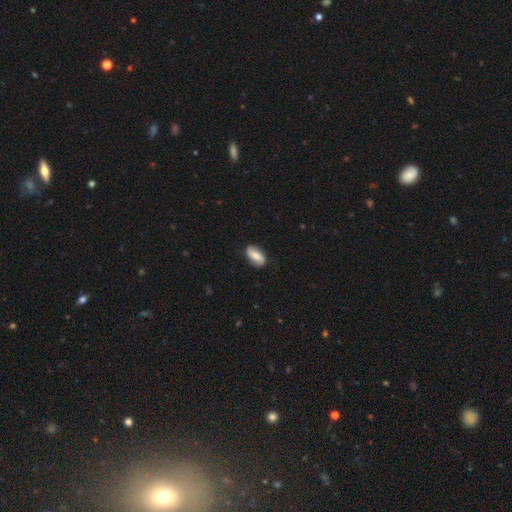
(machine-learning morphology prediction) A smooth galaxy with no disk features (64%) that is in between round and cigar-shaped (90%). Merging: none (82%).